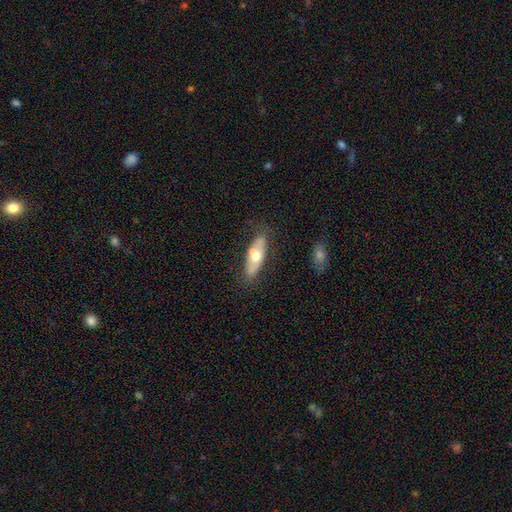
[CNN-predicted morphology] The model was most divided on "smooth or featured": smooth: 51%, featured or disk: 43%, star or artifact: 6%. More confident: merging — none (71%); how rounded — in between (70%).